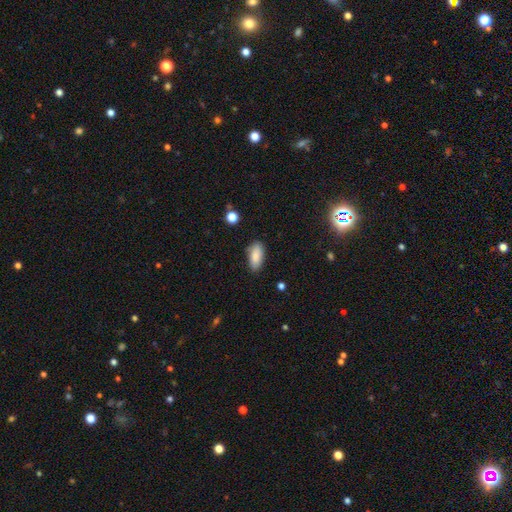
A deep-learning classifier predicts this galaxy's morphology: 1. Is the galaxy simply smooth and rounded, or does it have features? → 87% smooth, 7% star or artifact, 6% featured or disk.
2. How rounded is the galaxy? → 86% in between, 12% cigar-shaped, 2% round.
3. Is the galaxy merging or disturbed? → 82% none, 14% minor disturbance, 3% major disturbance, 2% merger.